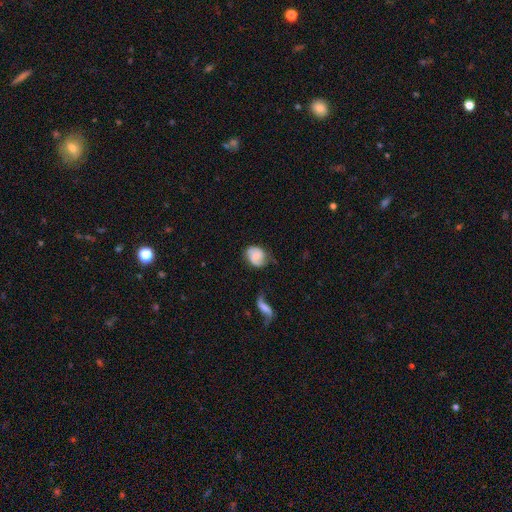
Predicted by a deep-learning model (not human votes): Morphology: type=smooth (58%); roundness=round (57%); merging=none (57%).